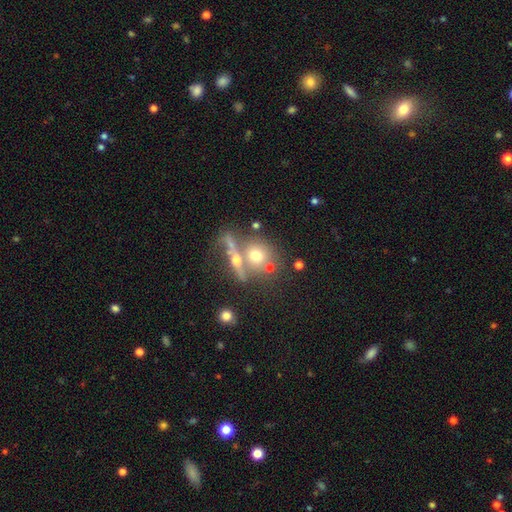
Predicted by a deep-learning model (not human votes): This appears to be a smooth galaxy with no disk features (57%) that is round (74%). Merging: none (45%).